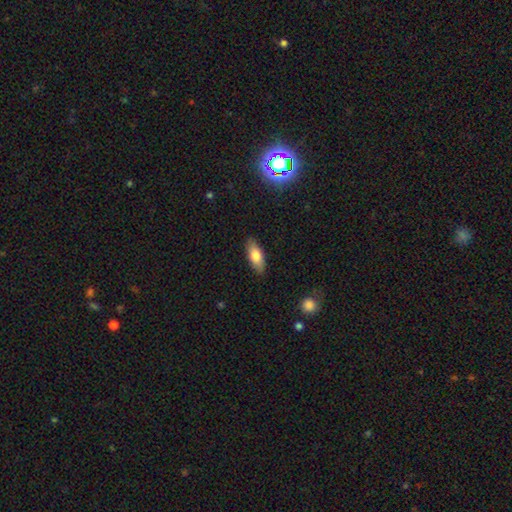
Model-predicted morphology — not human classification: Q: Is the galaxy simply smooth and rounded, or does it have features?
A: smooth — 77%.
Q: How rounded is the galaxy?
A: in between — 78%.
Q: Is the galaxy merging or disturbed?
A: none — 88%.